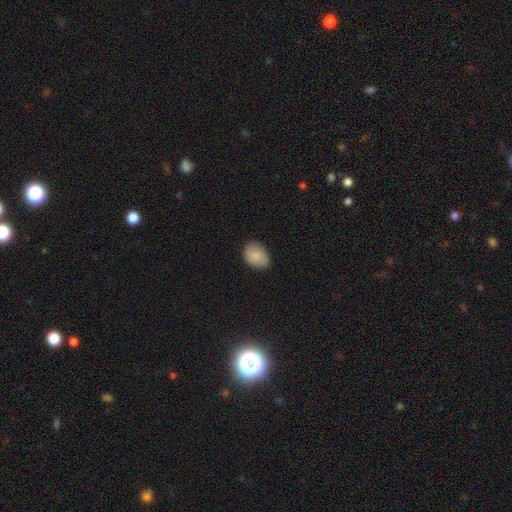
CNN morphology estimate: A smooth galaxy with no disk features (84%) that is in between round and cigar-shaped (73%). Merging: none (76%).